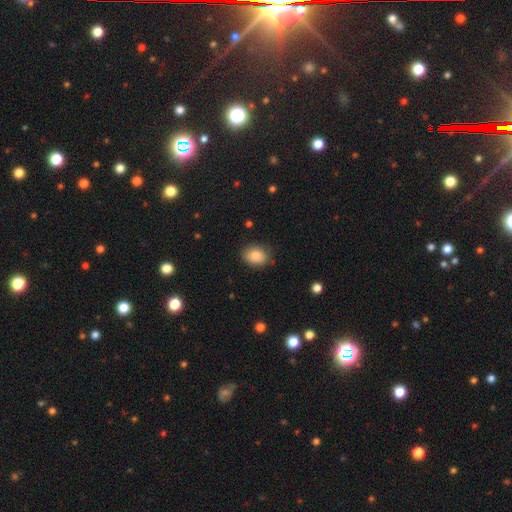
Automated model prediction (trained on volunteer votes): Smooth or featured? Predicted: smooth (p=0.85). How rounded? Predicted: in between (p=0.67). Merging? Predicted: none (p=0.78).